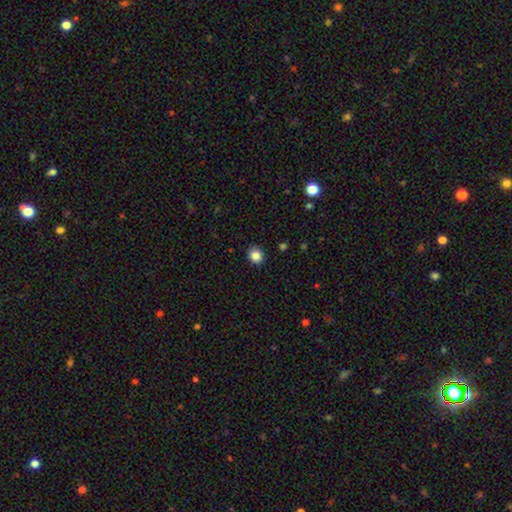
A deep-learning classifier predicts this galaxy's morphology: type=smooth (85%); roundness=round (72%); merging=none (90%).